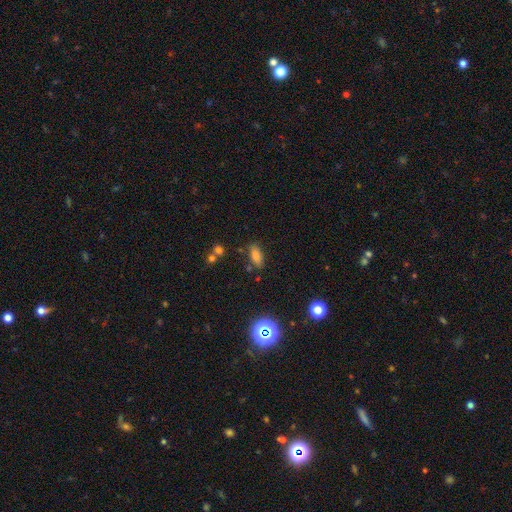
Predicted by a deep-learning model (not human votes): A smooth galaxy with no disk features (74%) that is in between round and cigar-shaped (82%). Merging: none (77%).